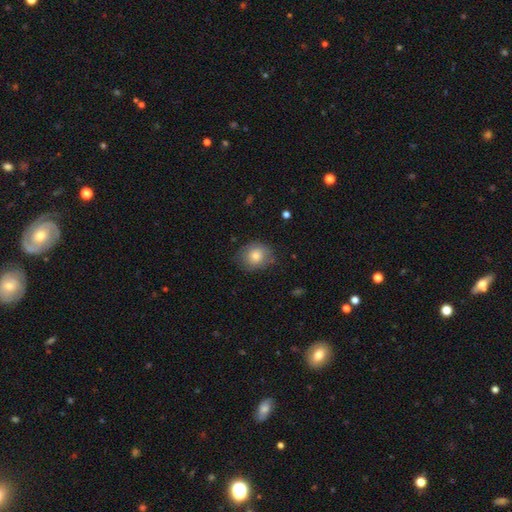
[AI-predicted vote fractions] A smooth galaxy with no disk features (76%) that is round (68%). Merging: none (72%).